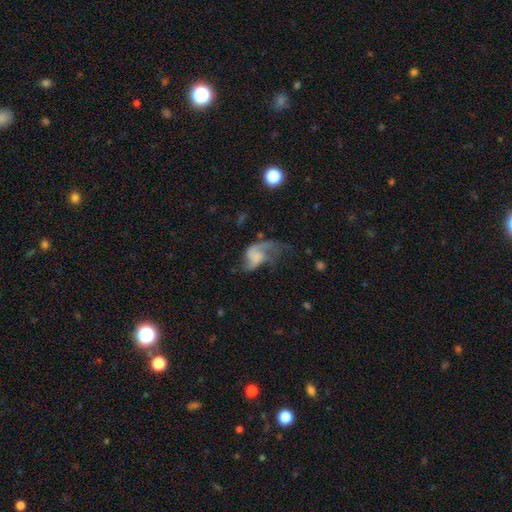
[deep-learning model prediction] Overall: featured or disk (62%; smooth 28%). Edge-on disk: no (97%). Bar: no (67%). Spiral arms: yes (77%). Bulge size: none (54%; small 18%). Merging: major disturbance (51%; none 25%).